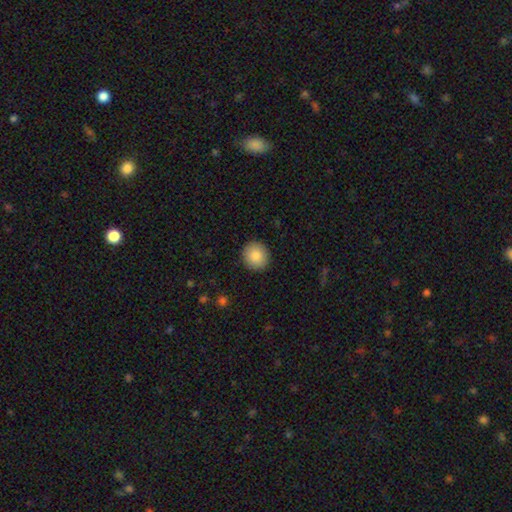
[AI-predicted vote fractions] Smooth or featured: smooth — 86% (star or artifact — 8%)
How rounded: round — 89% (in between — 10%)
Merging: none — 92% (minor disturbance — 6%)